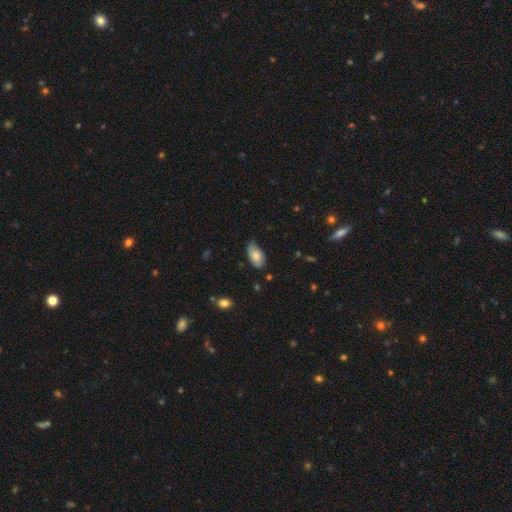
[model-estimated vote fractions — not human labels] This is clearly a smooth galaxy (80%). How rounded: clearly in between (94%). Merging: likely none (65%).